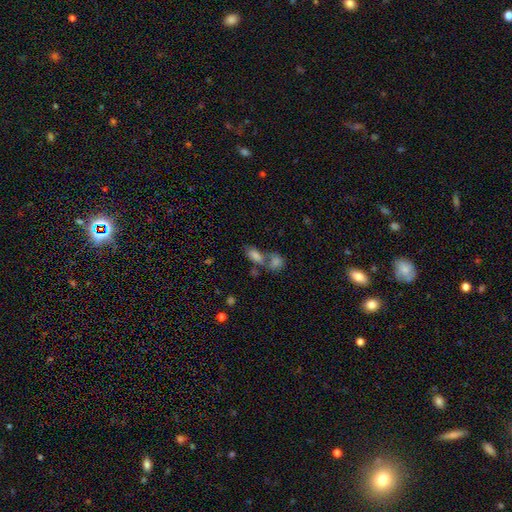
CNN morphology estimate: type=smooth (76%); roundness=in between (86%); merging=merger (50%).